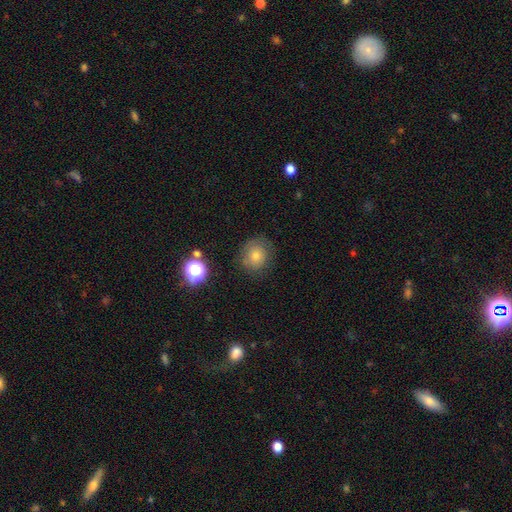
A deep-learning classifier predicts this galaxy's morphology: Smooth or featured? smooth (67%)
How rounded? round (85%)
Merging? none (80%)